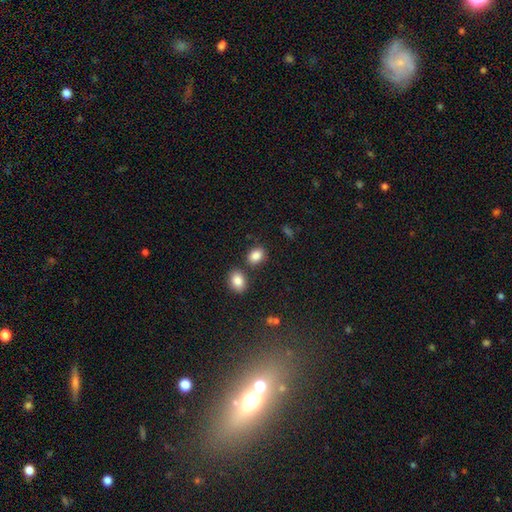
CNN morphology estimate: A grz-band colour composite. It shows a smooth galaxy with no disk features (86%) that is in between round and cigar-shaped (67%). Merging: none (73%).